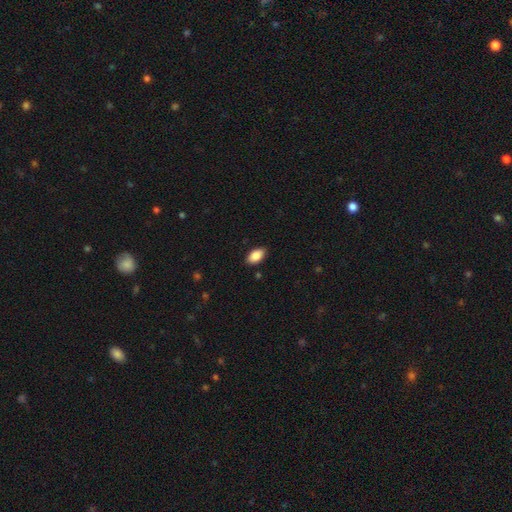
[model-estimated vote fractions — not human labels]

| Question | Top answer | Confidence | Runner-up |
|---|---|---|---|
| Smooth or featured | smooth | 88% | star or artifact (7%) |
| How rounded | in between | 93% | round (4%) |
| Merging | none | 87% | minor disturbance (10%) |